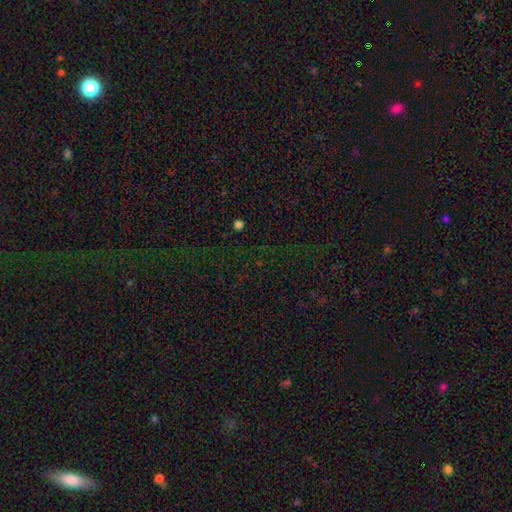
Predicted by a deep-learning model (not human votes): A star or artifact, not a galaxy (77%).

Vote fractions:
- Smooth or featured? star or artifact: 77% / smooth: 14% / featured or disk: 10%